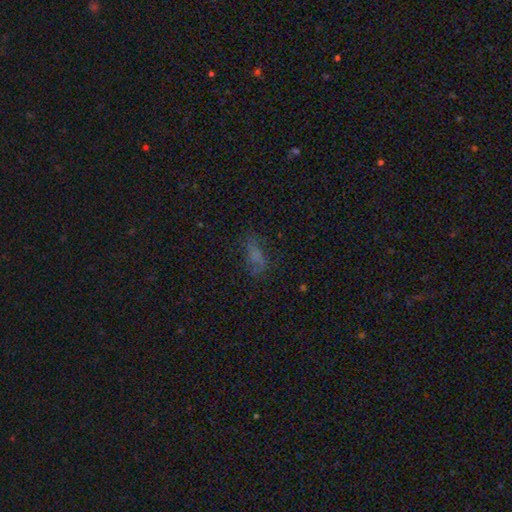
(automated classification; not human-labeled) A smooth galaxy with no disk features (52%) that is in between round and cigar-shaped (77%).

Vote fractions:
- Smooth or featured? smooth: 52% / featured or disk: 25% / star or artifact: 23%
- How rounded? in between: 77% / cigar-shaped: 15% / round: 8%
- Merging? none: 56% / minor disturbance: 24% / major disturbance: 18% / merger: 3%